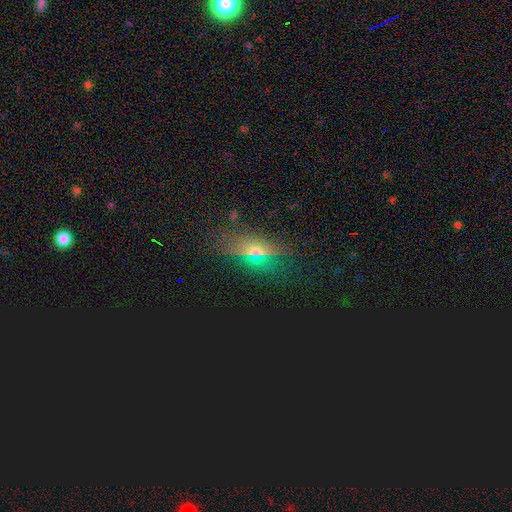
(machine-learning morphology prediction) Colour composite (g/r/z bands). It shows a featured or disk galaxy (35%). Merging: none (79%).